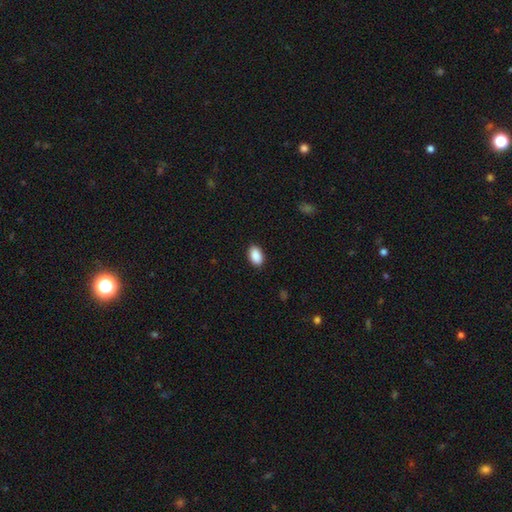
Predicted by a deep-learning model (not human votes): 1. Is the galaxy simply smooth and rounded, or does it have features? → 90% smooth, 7% star or artifact, 3% featured or disk.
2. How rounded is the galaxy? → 93% in between, 6% round, 1% cigar-shaped.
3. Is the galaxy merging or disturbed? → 89% none, 8% minor disturbance, 2% major disturbance, 1% merger.